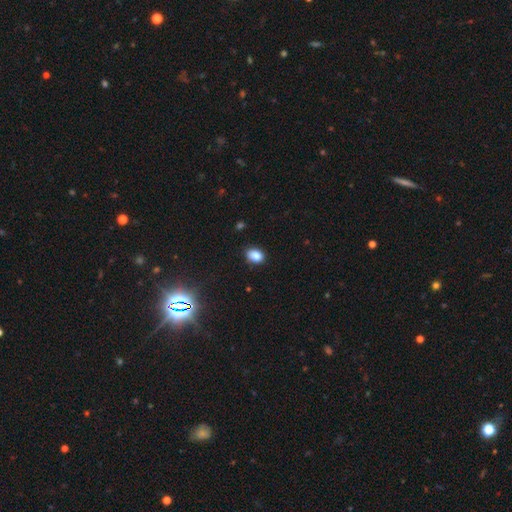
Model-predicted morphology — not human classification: A smooth galaxy with no disk features (83%) that is in between round and cigar-shaped (74%). Merging: none (85%).